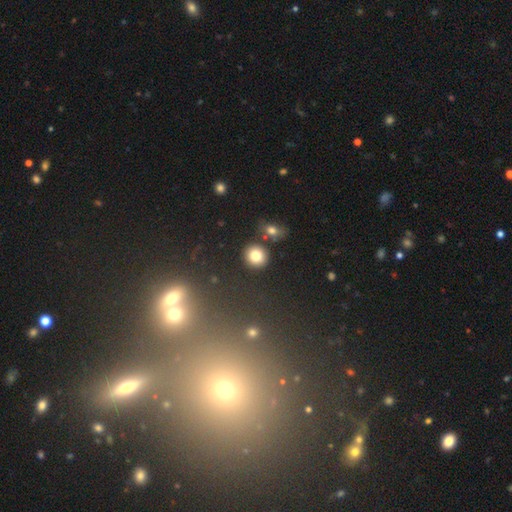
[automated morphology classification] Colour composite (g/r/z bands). It shows a smooth galaxy with no disk features (80%) that is round (86%). Merging: none (83%).